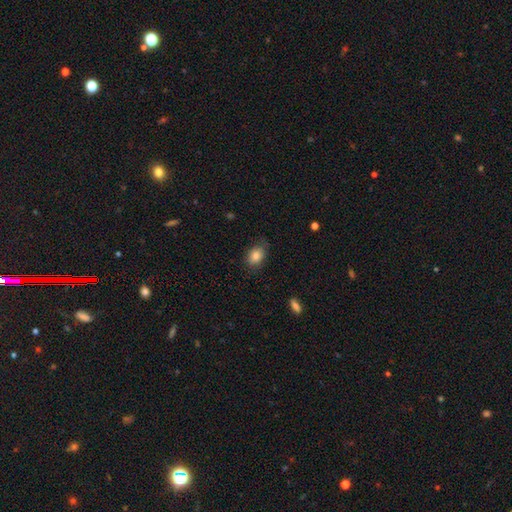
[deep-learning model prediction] Smooth or featured: smooth — 82% (featured or disk — 10%)
How rounded: in between — 76% (round — 23%)
Merging: none — 72% (minor disturbance — 21%)